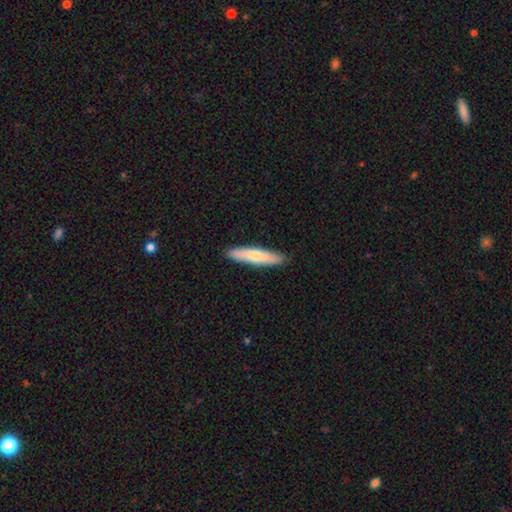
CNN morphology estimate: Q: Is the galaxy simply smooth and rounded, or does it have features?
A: smooth — 70%.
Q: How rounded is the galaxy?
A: cigar-shaped — 85%.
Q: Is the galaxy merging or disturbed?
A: none — 90%.